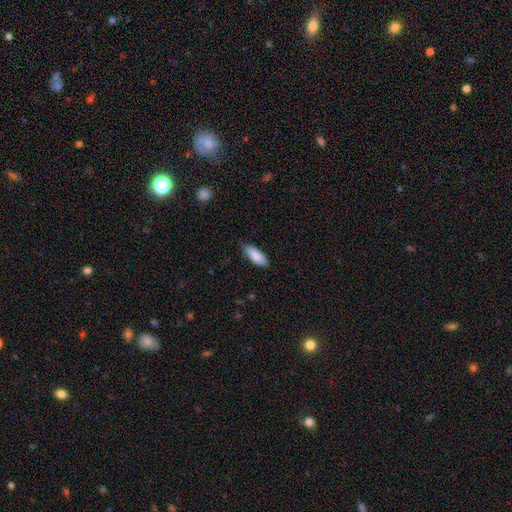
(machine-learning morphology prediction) smooth 88%, featured or disk 6%, star or artifact 6%. Down the decision tree: how rounded — in between (72%); merging — none (80%).